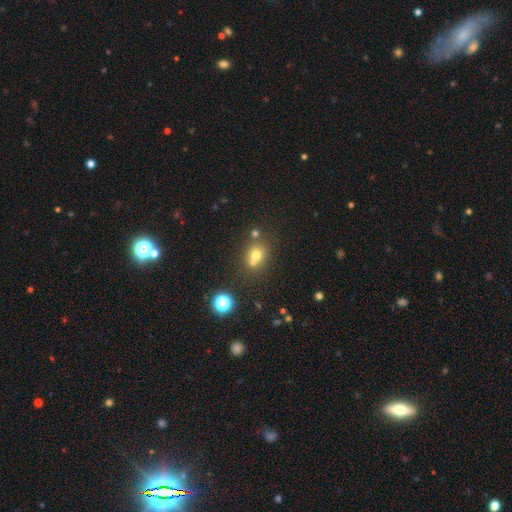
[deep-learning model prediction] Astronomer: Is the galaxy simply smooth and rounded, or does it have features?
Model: smooth — 69%.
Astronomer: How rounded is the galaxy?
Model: round — 72%.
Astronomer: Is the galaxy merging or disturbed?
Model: none — 53% (runner-up: merger, 34%).